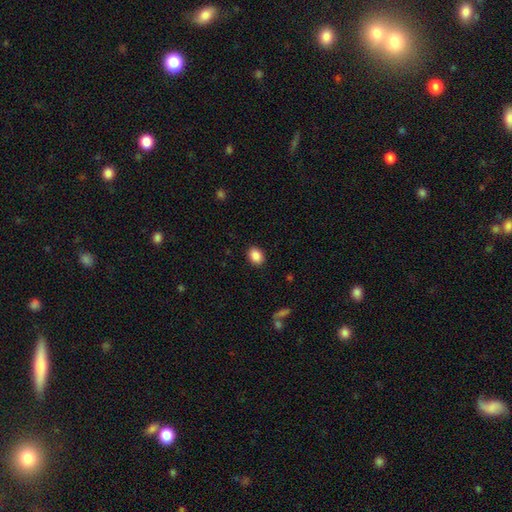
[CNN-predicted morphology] The model was most divided on "how rounded": in between: 68%, round: 31%, cigar-shaped: 1%. More confident: merging — none (90%); smooth or featured — smooth (88%).